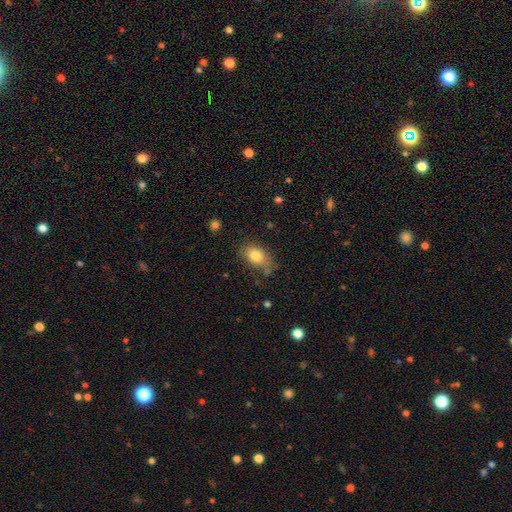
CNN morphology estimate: smooth_or_featured: smooth (p=0.81) [alt: featured or disk p=0.10]
how_rounded: in between (p=0.79) [alt: round p=0.19]
merging: none (p=0.66) [alt: minor disturbance p=0.23]